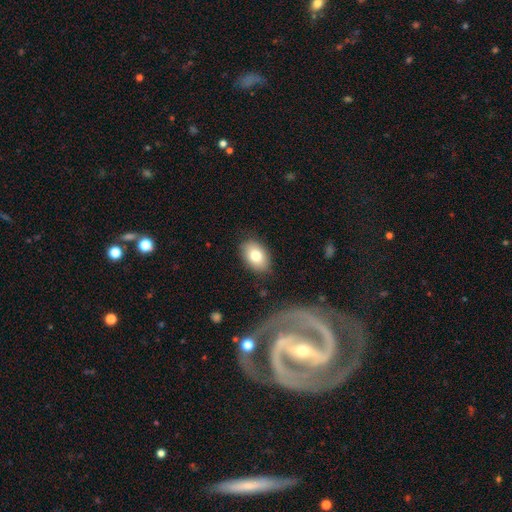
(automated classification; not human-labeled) This appears to be a smooth galaxy with no disk features (79%) that is in between round and cigar-shaped (86%). Merging: none (84%).